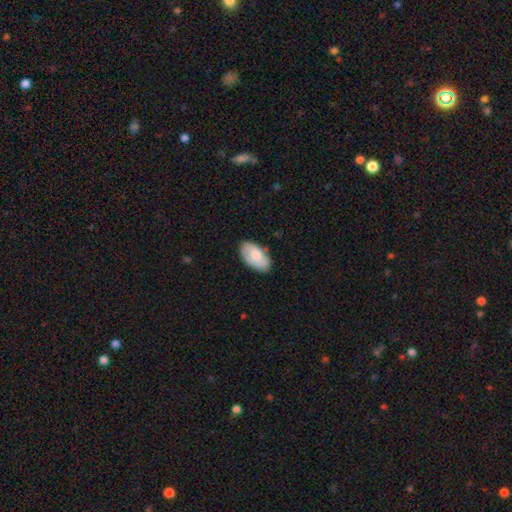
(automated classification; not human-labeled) Smooth or featured? Predicted: smooth (p=0.69). How rounded? Predicted: in between (p=0.94). Merging? Predicted: none (p=0.74).